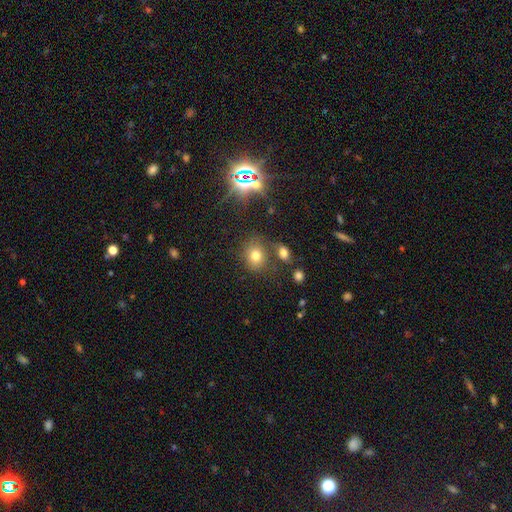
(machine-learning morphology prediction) smooth-or-featured: smooth: 72% | star or artifact: 18% | featured or disk: 11%
  how-rounded: round: 61% | in between: 38% | cigar-shaped: 1%
  merging: none: 66% | merger: 14% | minor disturbance: 14% | major disturbance: 6%